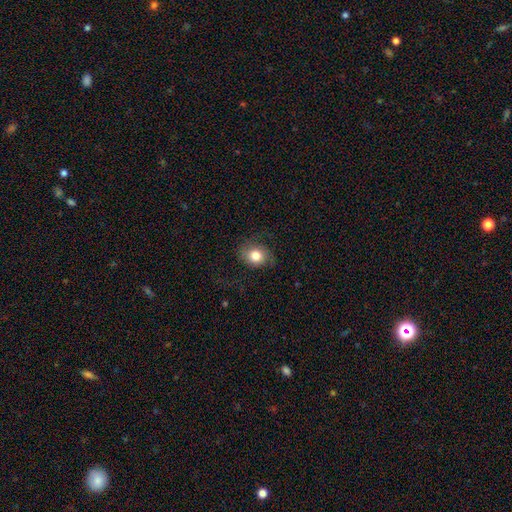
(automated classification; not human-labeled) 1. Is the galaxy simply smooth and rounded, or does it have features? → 76% smooth, 15% featured or disk, 9% star or artifact.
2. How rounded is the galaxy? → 58% round, 41% in between, 1% cigar-shaped.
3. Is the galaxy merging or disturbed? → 68% none, 19% minor disturbance, 12% major disturbance, 1% merger.